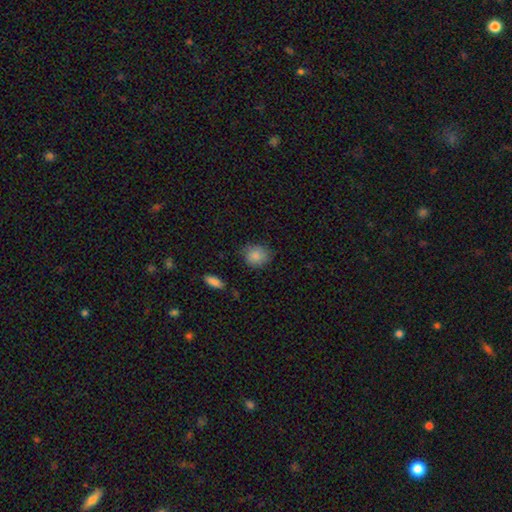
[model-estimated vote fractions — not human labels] A smooth galaxy with no disk features (86%) that is round (70%). Merging: none (76%).